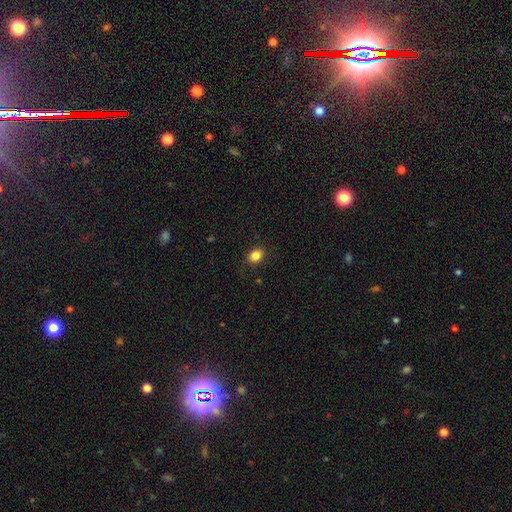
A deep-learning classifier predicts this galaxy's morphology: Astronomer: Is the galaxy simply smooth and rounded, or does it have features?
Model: smooth — 85%.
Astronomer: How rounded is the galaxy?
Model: in between — 60% (runner-up: round, 39%).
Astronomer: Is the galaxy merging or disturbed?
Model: none — 87%.